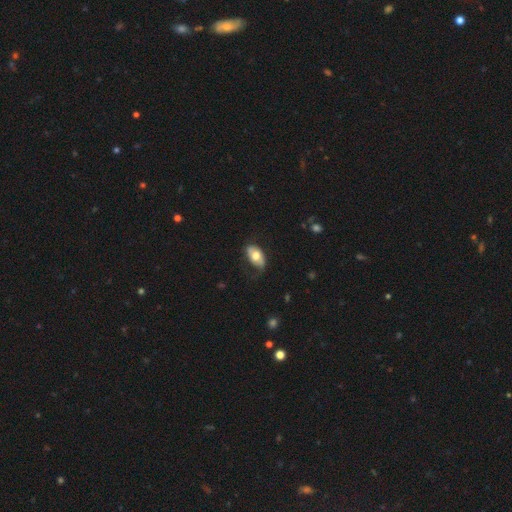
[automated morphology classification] This appears to be a smooth galaxy with no disk features (61%) that is in between round and cigar-shaped (92%). Merging: none (63%).